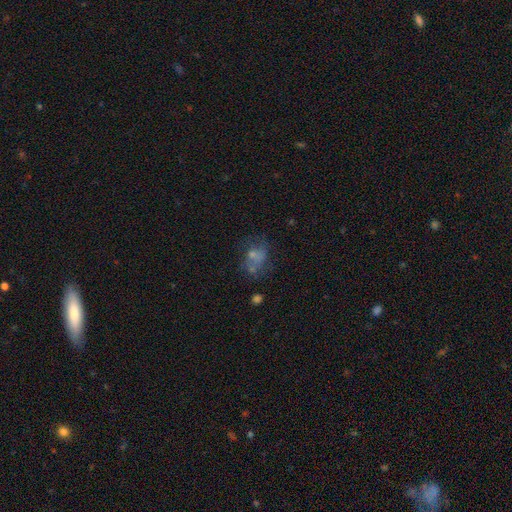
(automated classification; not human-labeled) smooth 51%, featured or disk 35%, star or artifact 15%. Down the decision tree: how rounded — in between (57%); merging — none (35%).